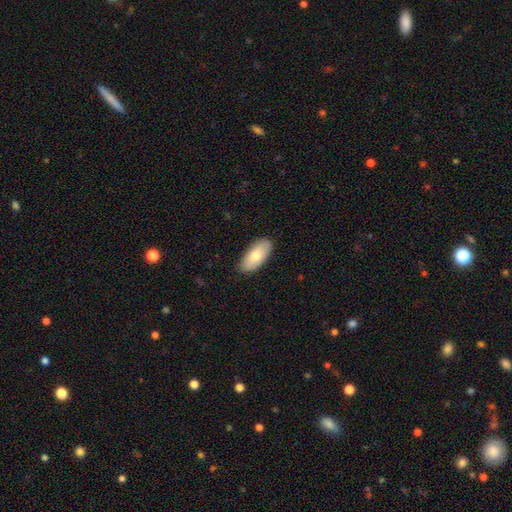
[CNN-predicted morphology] Overall: smooth (76%). How rounded: in between (90%). Merging: none (88%).